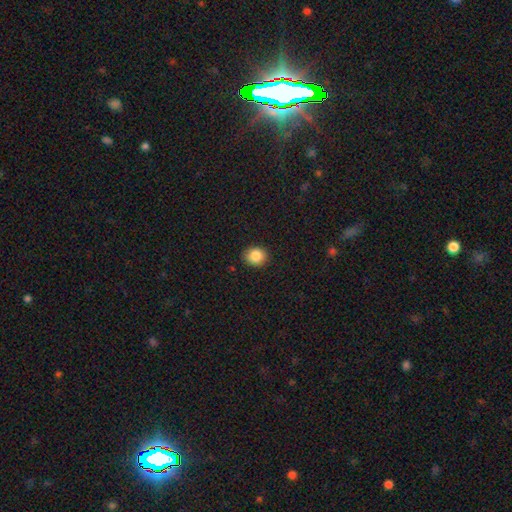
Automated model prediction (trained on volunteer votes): smooth 86%, star or artifact 9%, featured or disk 5%. Down the decision tree: how rounded — round (66%); merging — none (89%).